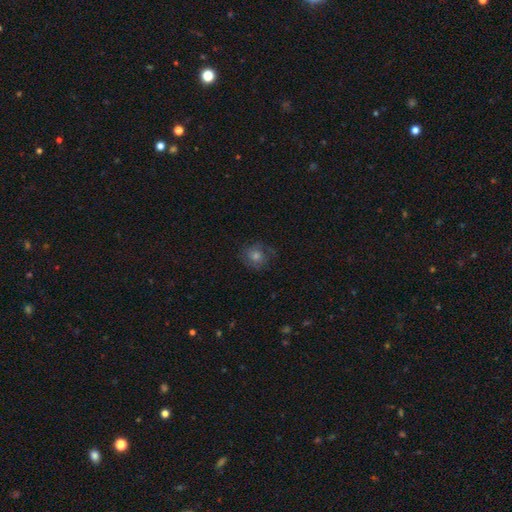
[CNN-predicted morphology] Q: Smooth or featured?
A: smooth (49%); runner-up: featured or disk (32%)
Q: Merging?
A: none (74%); runner-up: minor disturbance (16%)